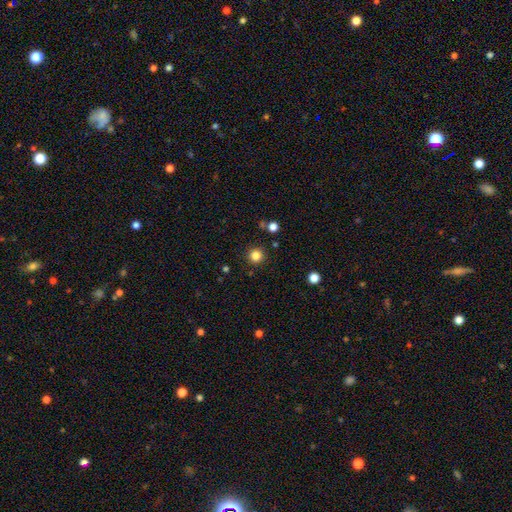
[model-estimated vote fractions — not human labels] Smooth or featured: smooth — 84% (star or artifact — 12%)
How rounded: round — 95% (in between — 4%)
Merging: none — 91% (minor disturbance — 5%)